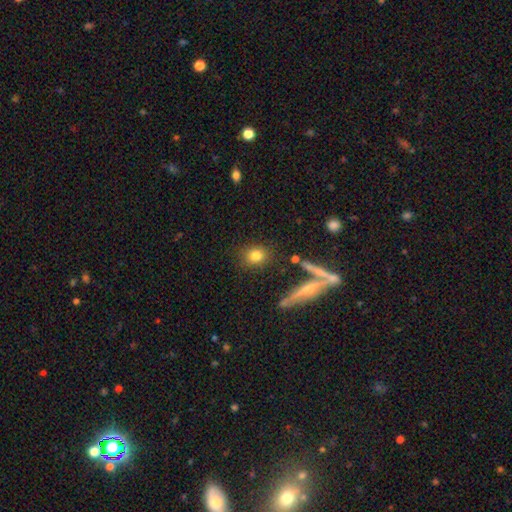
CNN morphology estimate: smooth 77%, star or artifact 12%, featured or disk 11%. Down the decision tree: how rounded — round (74%); merging — none (82%).